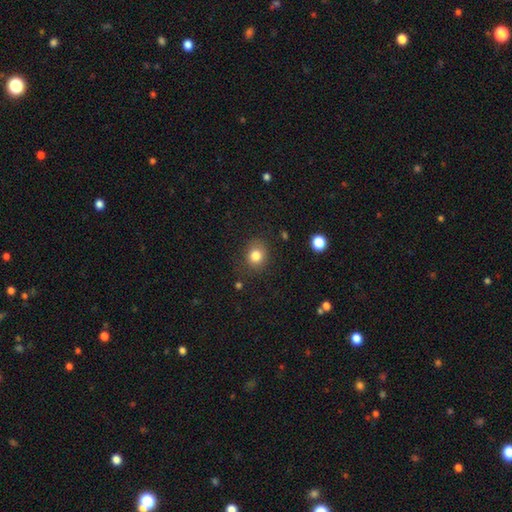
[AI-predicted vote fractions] Smooth or featured?
  - smooth: 82% *
  - star or artifact: 11%
  - featured or disk: 7%
How rounded?
  - round: 70% *
  - in between: 29%
  - cigar-shaped: 1%
Merging?
  - none: 80% *
  - minor disturbance: 14%
  - major disturbance: 5%
  - merger: 2%